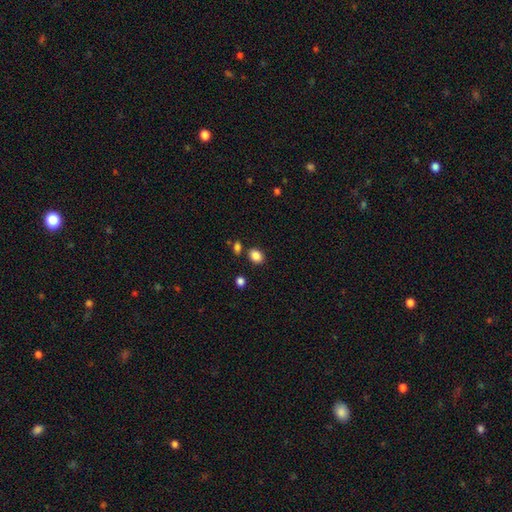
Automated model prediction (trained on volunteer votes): Smooth or featured? smooth (86%)
How rounded? in between (59%)
Merging? none (79%)